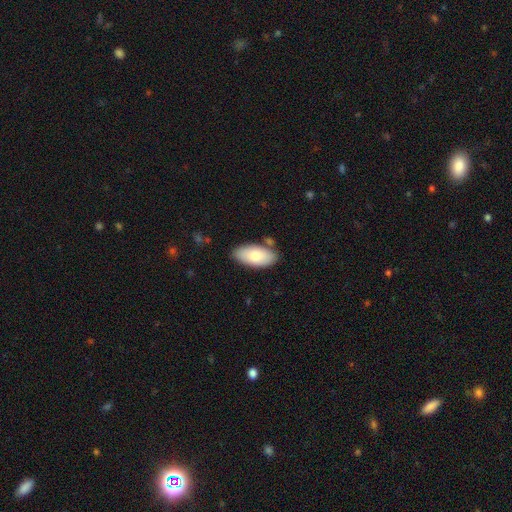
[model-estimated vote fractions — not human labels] This appears to be a smooth galaxy with no disk features (77%) that is in between round and cigar-shaped (94%). Merging: none (79%).